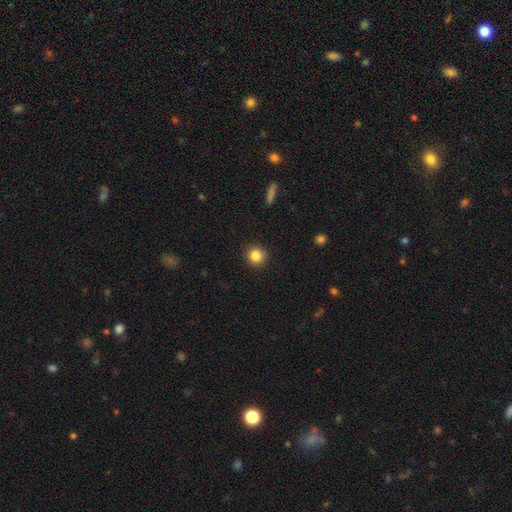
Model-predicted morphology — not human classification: smooth-or-featured: smooth: 85% | star or artifact: 10% | featured or disk: 5%
  how-rounded: round: 92% | in between: 7% | cigar-shaped: 1%
  merging: none: 90% | minor disturbance: 7% | major disturbance: 2% | merger: 1%